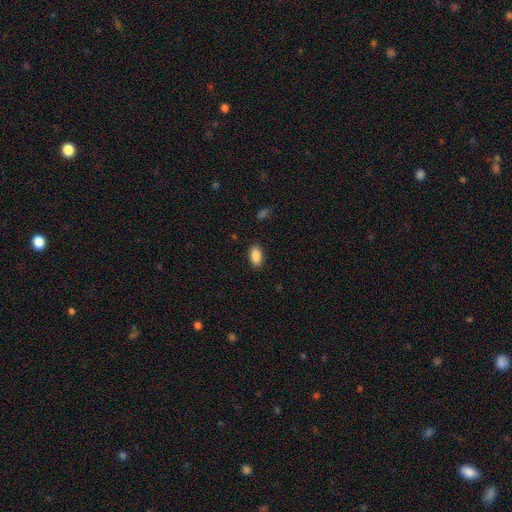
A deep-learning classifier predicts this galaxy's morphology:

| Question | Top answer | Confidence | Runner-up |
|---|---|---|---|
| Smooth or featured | smooth | 89% | star or artifact (7%) |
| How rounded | in between | 93% | round (5%) |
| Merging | none | 88% | minor disturbance (9%) |